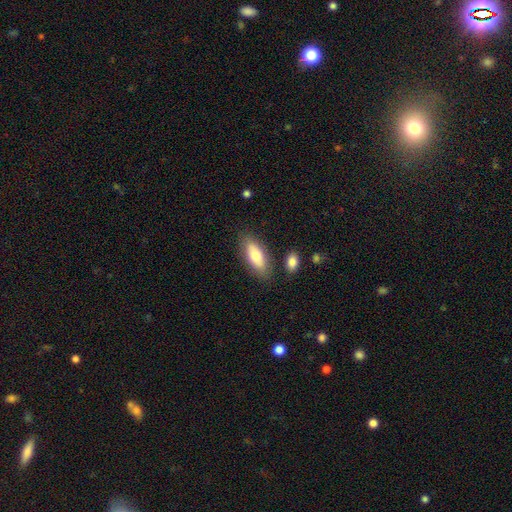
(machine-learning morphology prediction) Smooth or featured? smooth (74%)
How rounded? in between (79%)
Merging? none (80%)